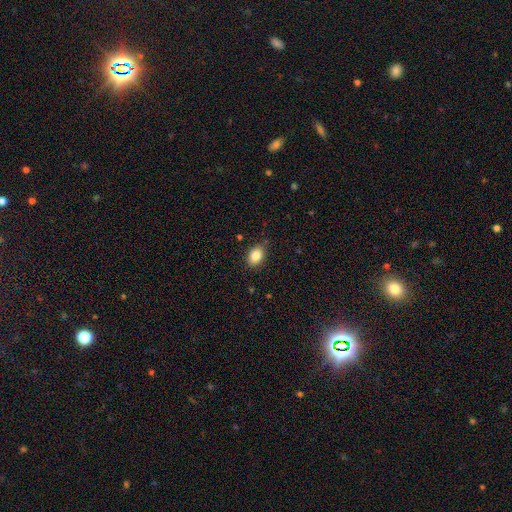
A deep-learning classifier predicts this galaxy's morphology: Overall: smooth (86%). How rounded: in between (77%). Merging: none (85%).